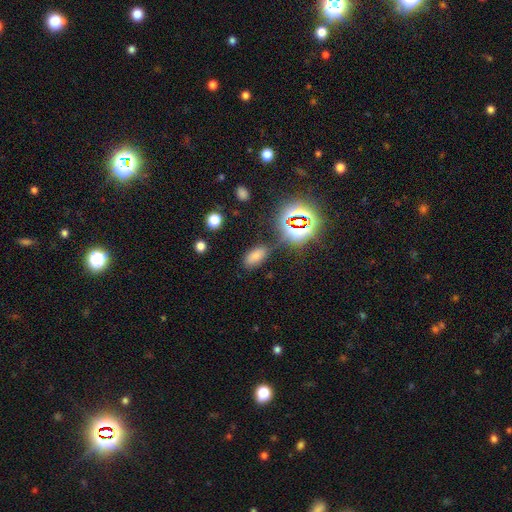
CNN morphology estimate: A smooth galaxy with no disk features (66%) that is in between round and cigar-shaped (91%). Merging: none (74%).